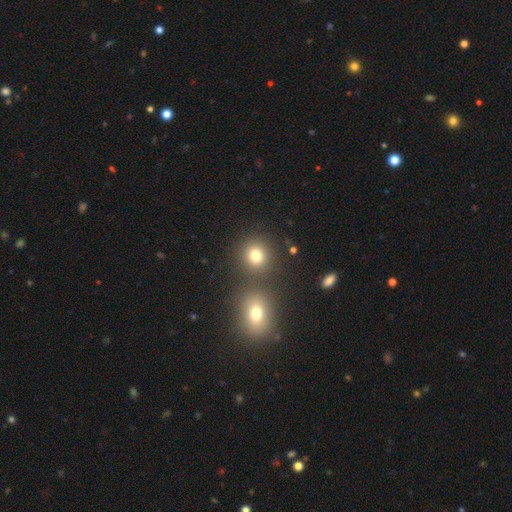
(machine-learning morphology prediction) type=smooth (77%); roundness=round (87%); merging=none (76%).